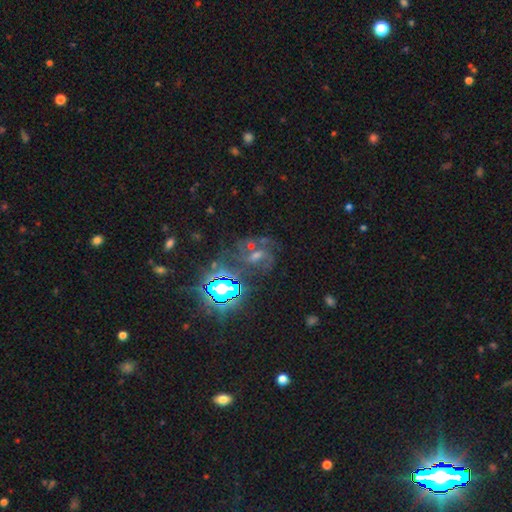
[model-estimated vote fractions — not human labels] Smooth or featured: featured or disk — 42% (tied with star or artifact — 42%)
Merging: none — 54% (minor disturbance — 17%)